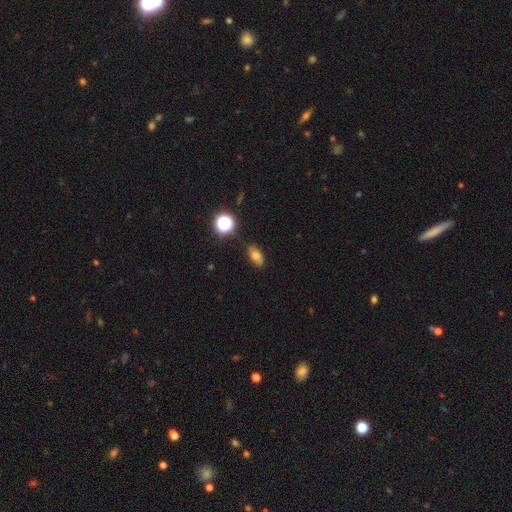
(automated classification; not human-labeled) smooth-or-featured: smooth: 71% | star or artifact: 15% | featured or disk: 14%
  how-rounded: in between: 84% | round: 11% | cigar-shaped: 5%
  merging: none: 81% | minor disturbance: 14% | major disturbance: 3% | merger: 2%